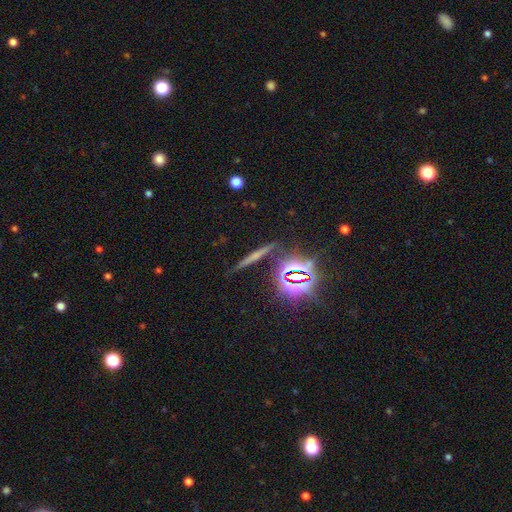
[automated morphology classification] Q: Smooth or featured?
A: smooth (38%); runner-up: featured or disk (33%)
Q: Merging?
A: none (83%); runner-up: minor disturbance (10%)